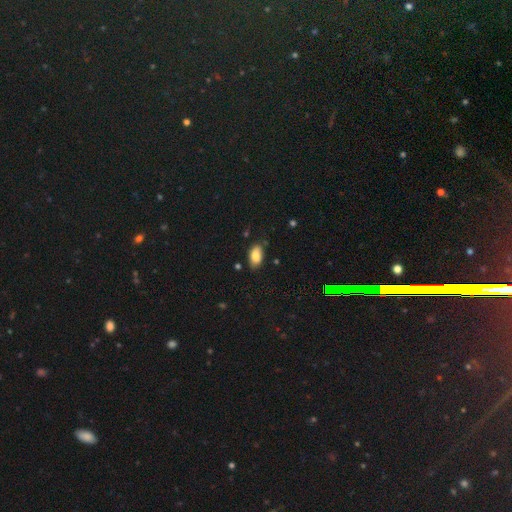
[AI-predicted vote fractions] Smooth or featured? smooth (85%)
How rounded? in between (93%)
Merging? none (75%)